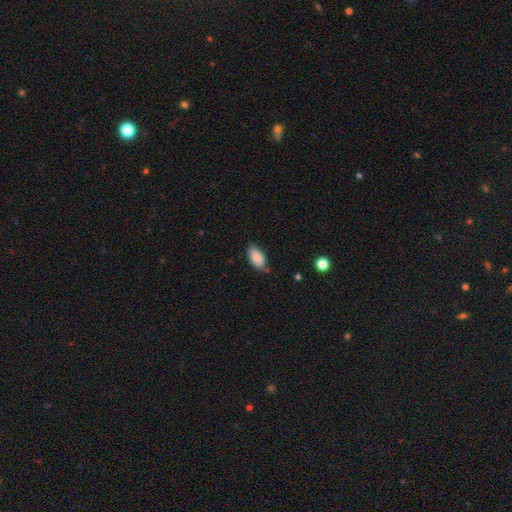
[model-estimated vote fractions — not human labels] Overall: smooth (88%). How rounded: in between (93%). Merging: none (72%).